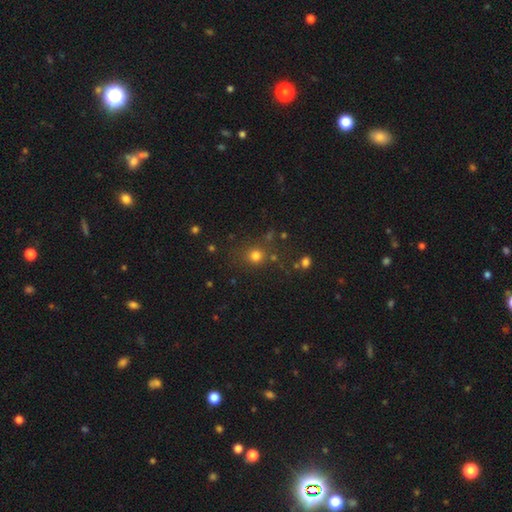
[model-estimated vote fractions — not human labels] A smooth galaxy with no disk features (76%) that is round (88%). Merging: none (76%).